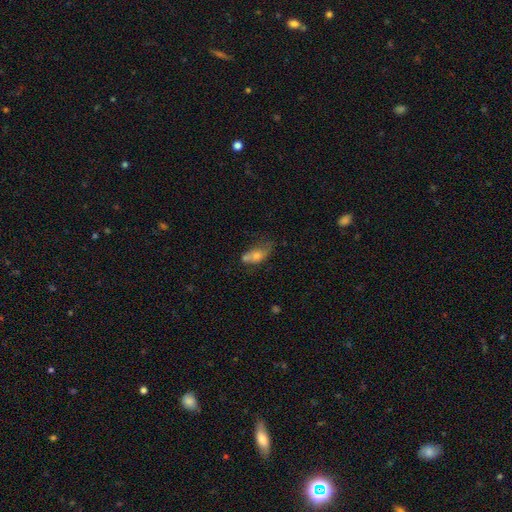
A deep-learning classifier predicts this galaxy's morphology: Smooth or featured?
  - smooth: 61% *
  - featured or disk: 28%
  - star or artifact: 10%
How rounded?
  - in between: 80% *
  - round: 10%
  - cigar-shaped: 9%
Merging?
  - none: 30% *
  - merger: 29%
  - minor disturbance: 24%
  - major disturbance: 17%